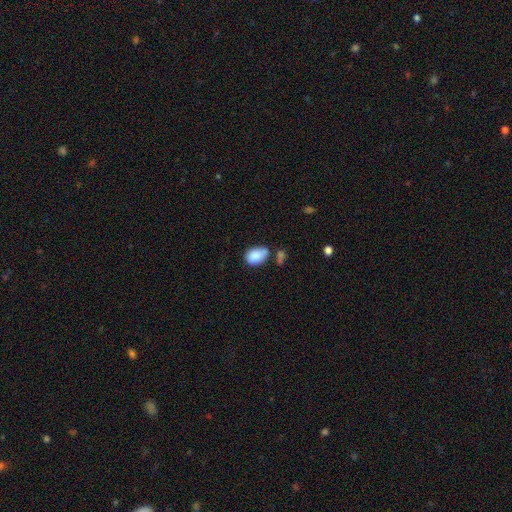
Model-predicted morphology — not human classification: Overall: smooth (85%). How rounded: in between (80%). Merging: none (46%; minor disturbance 28%).